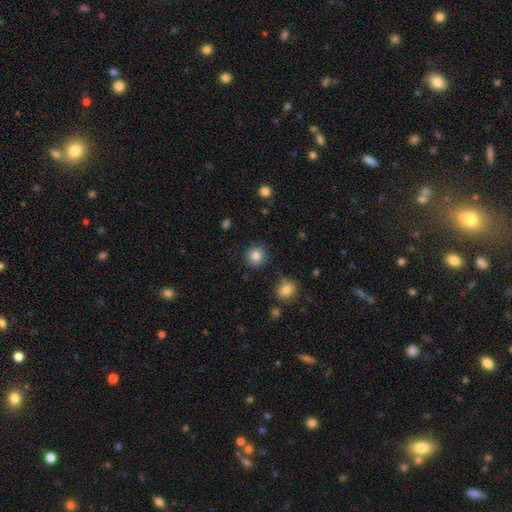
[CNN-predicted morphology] A smooth galaxy with no disk features (83%) that is round (92%). Merging: none (89%).